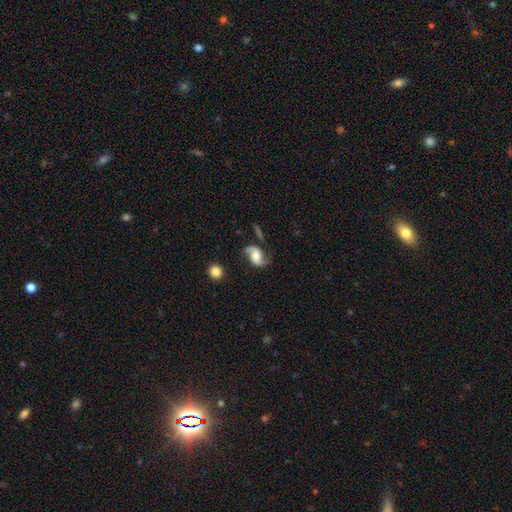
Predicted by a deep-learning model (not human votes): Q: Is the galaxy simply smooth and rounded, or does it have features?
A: featured or disk — 79%.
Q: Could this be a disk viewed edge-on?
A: no — 97%.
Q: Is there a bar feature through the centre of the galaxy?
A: no — 55%.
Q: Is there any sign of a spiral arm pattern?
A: yes — 95%.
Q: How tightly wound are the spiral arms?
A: loose — 57%.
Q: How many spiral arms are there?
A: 2 — 92%.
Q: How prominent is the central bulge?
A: large — 36%.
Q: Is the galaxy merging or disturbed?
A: none — 70%.